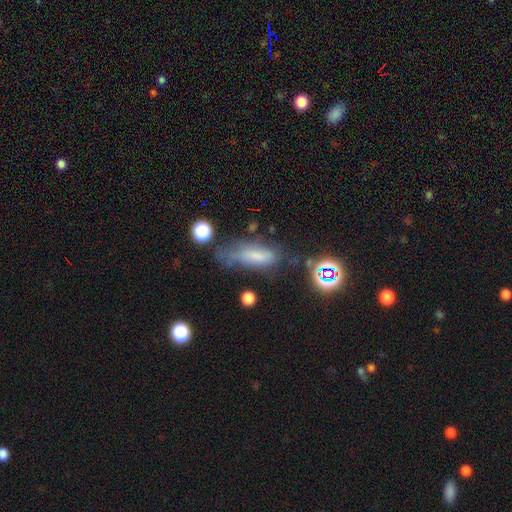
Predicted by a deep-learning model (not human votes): The model was most divided on "merging": none: 39%, minor disturbance: 31%, major disturbance: 21%, merger: 8%. More confident: how rounded — in between (61%); smooth or featured — smooth (58%).